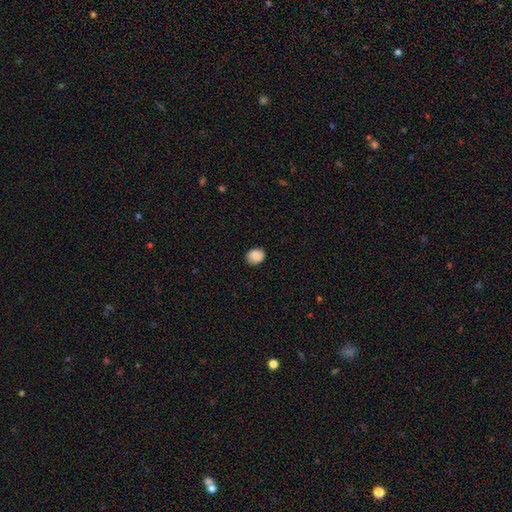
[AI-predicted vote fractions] Smooth or featured: smooth — 86% (star or artifact — 8%)
How rounded: round — 65% (in between — 34%)
Merging: none — 86% (minor disturbance — 10%)